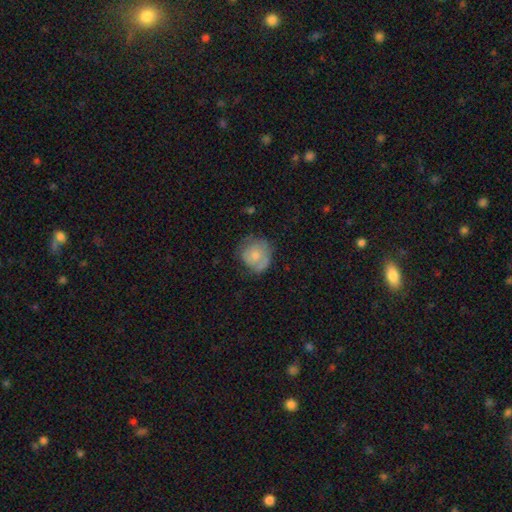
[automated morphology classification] The model was most divided on "merging": none: 56%, minor disturbance: 29%, major disturbance: 13%, merger: 2%. More confident: how rounded — round (85%); smooth or featured — smooth (66%).